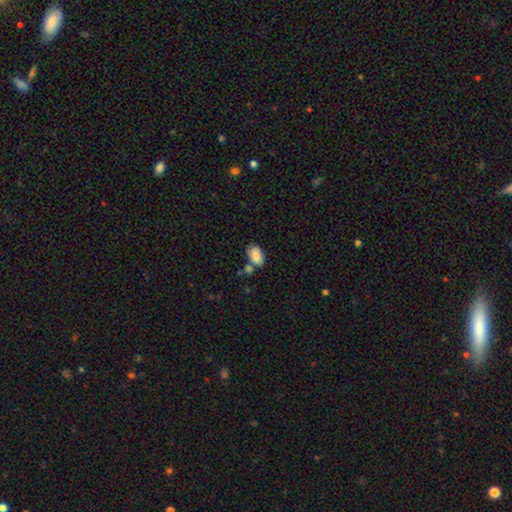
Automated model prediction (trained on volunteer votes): Overall: smooth (85%). How rounded: in between (92%). Merging: none (60%).